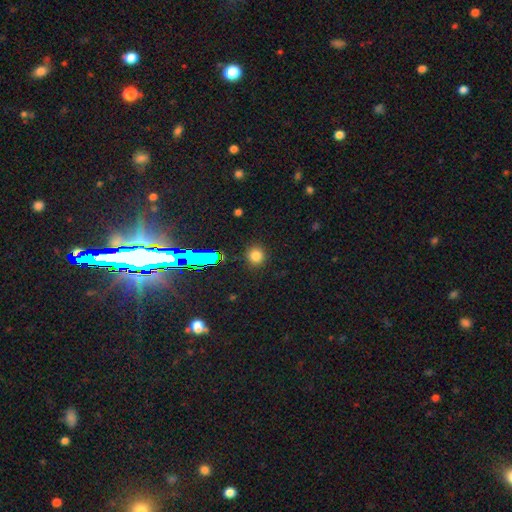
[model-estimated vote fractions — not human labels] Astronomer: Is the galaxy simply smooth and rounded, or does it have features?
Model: smooth — 78%.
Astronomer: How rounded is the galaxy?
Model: round — 90%.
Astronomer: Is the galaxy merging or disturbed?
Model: none — 89%.